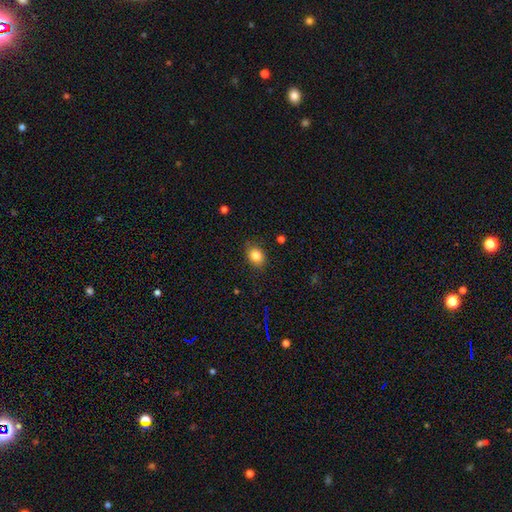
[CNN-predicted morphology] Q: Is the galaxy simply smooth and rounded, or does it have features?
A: smooth — 84%.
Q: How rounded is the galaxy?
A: in between — 53%.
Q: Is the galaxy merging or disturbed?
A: none — 84%.